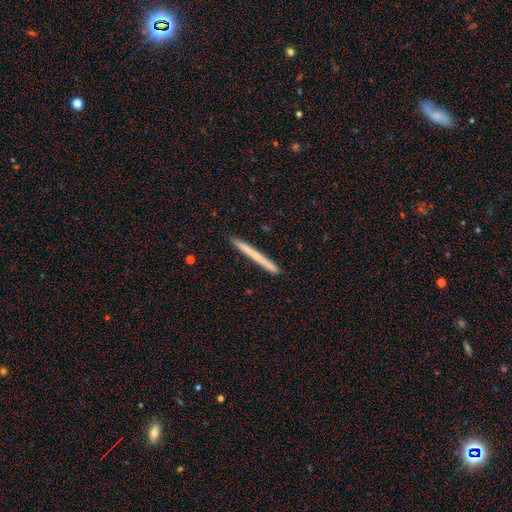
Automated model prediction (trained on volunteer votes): Q: Smooth or featured?
A: smooth (62%); runner-up: featured or disk (32%)
Q: How rounded?
A: cigar-shaped (98%); runner-up: in between (1%)
Q: Merging?
A: none (92%); runner-up: minor disturbance (5%)